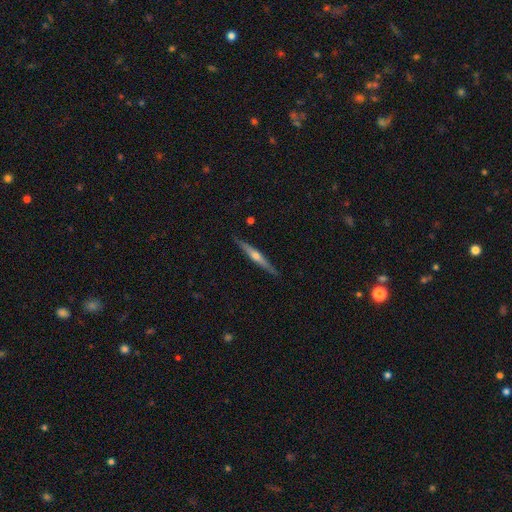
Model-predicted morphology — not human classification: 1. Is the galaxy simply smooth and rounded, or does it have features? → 70% featured or disk, 24% smooth, 6% star or artifact.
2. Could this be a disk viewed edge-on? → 98% yes, 2% no.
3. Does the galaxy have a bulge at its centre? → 84% rounded, 11% none, 5% boxy.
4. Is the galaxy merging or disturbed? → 90% none, 7% minor disturbance, 1% major disturbance, 1% merger.